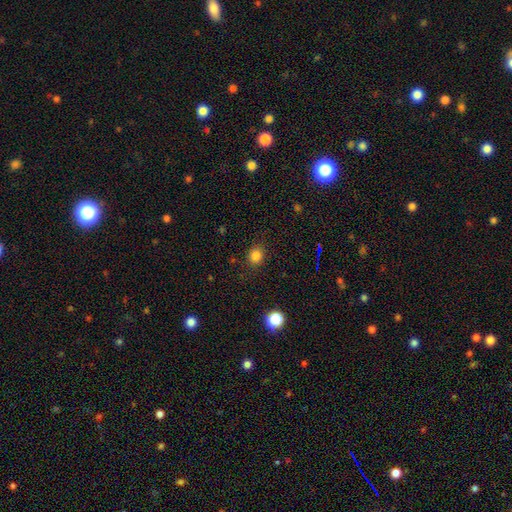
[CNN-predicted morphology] smooth_or_featured: smooth (p=0.83) [alt: star or artifact p=0.13]
how_rounded: round (p=0.74) [alt: in between p=0.25]
merging: none (p=0.86) [alt: minor disturbance p=0.10]